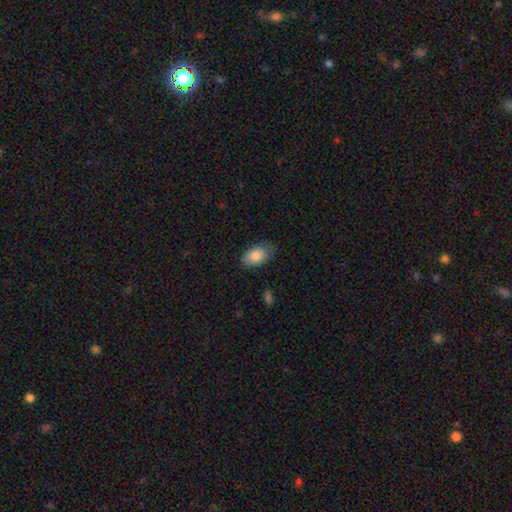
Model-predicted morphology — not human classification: Q: Smooth or featured?
A: smooth (86%); runner-up: featured or disk (7%)
Q: How rounded?
A: in between (92%); runner-up: round (7%)
Q: Merging?
A: none (72%); runner-up: minor disturbance (22%)